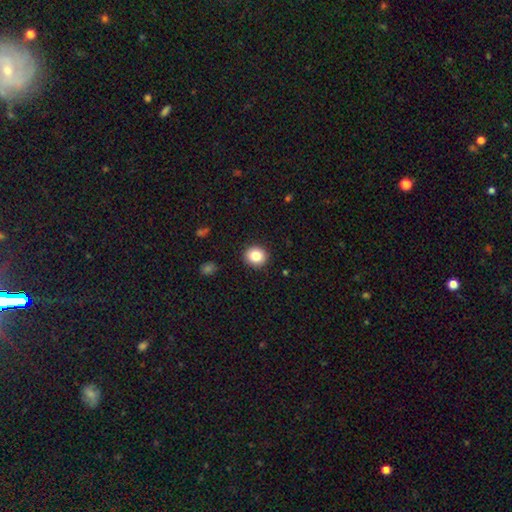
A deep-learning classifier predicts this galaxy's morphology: This is clearly a smooth galaxy (84%). How rounded: clearly round (81%). Merging: clearly none (91%).